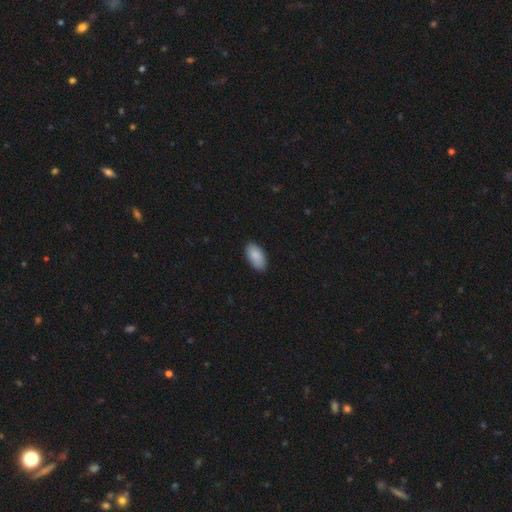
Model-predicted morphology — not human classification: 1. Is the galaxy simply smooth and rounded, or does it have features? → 88% smooth, 6% star or artifact, 6% featured or disk.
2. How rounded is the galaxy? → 95% in between, 3% cigar-shaped, 2% round.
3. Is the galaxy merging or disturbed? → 86% none, 11% minor disturbance, 2% major disturbance, 1% merger.